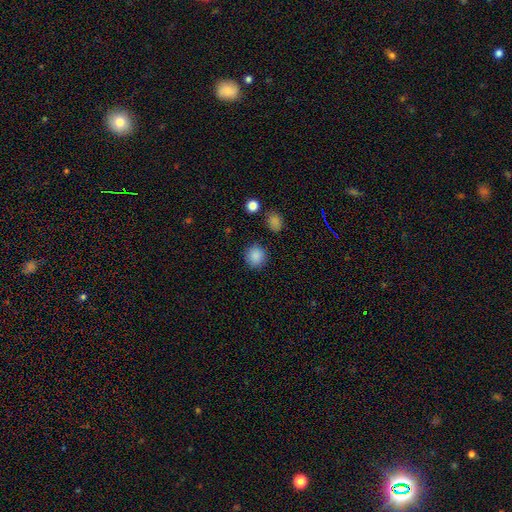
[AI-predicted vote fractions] Overall: smooth (87%). How rounded: round (87%). Merging: none (86%).